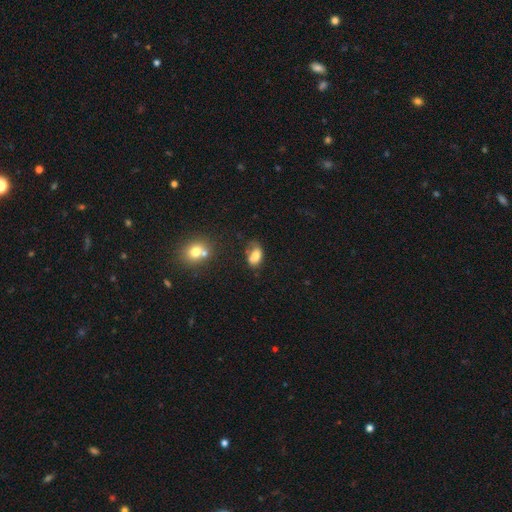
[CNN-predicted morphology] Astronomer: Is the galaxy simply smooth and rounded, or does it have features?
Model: smooth — 76%.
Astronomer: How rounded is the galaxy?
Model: in between — 88%.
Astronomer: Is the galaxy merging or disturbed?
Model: none — 46% (runner-up: minor disturbance, 32%).